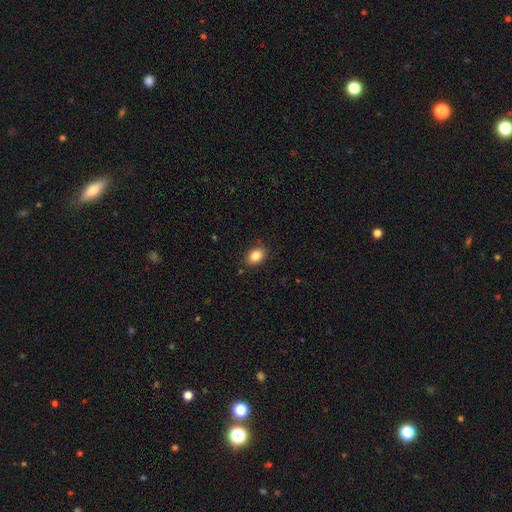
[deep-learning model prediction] smooth_or_featured: smooth (p=0.86) [alt: star or artifact p=0.09]
how_rounded: in between (p=0.75) [alt: round p=0.24]
merging: none (p=0.87) [alt: minor disturbance p=0.09]